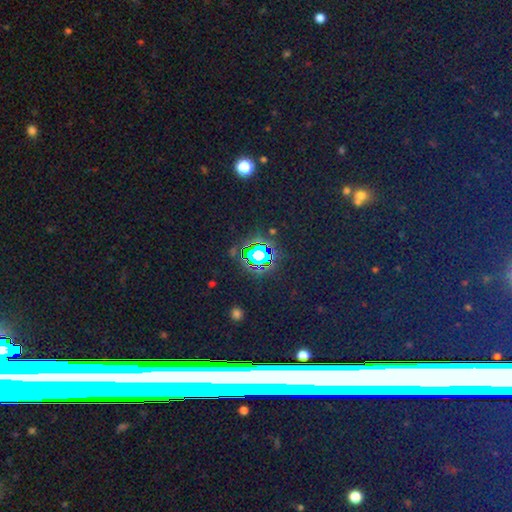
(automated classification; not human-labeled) Smooth or featured? star or artifact (75%)